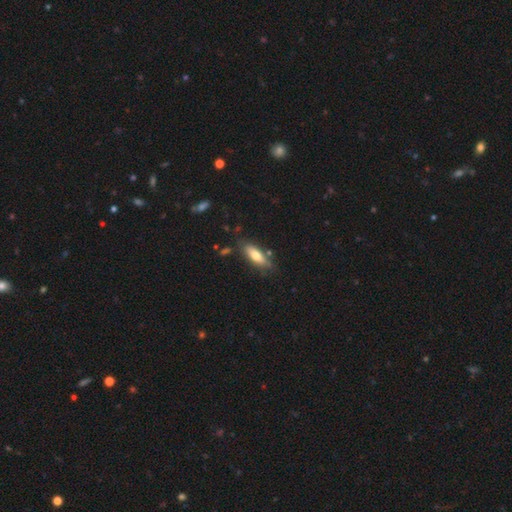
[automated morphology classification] The model was most divided on "how rounded": in between: 63%, cigar-shaped: 35%, round: 2%. More confident: merging — none (75%); smooth or featured — smooth (67%).